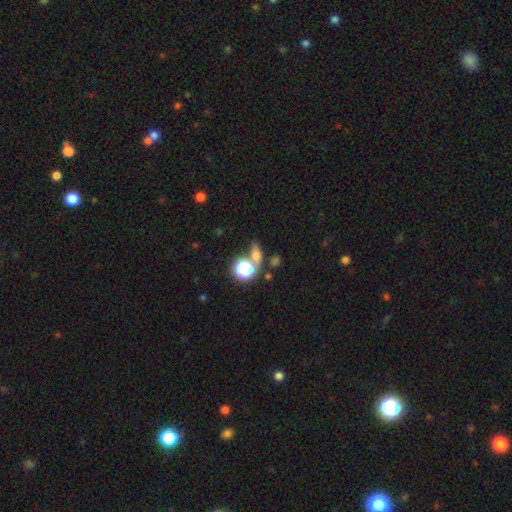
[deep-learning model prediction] A smooth galaxy with no disk features (56%) that is round (43%). Merging: none (63%).